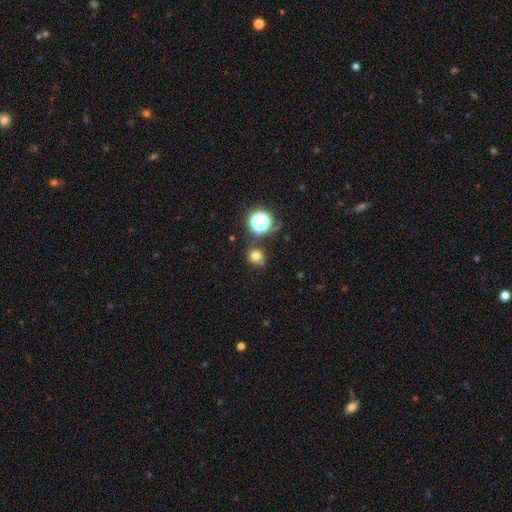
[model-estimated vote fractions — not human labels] A smooth galaxy with no disk features (71%) that is round (90%). Merging: none (76%).